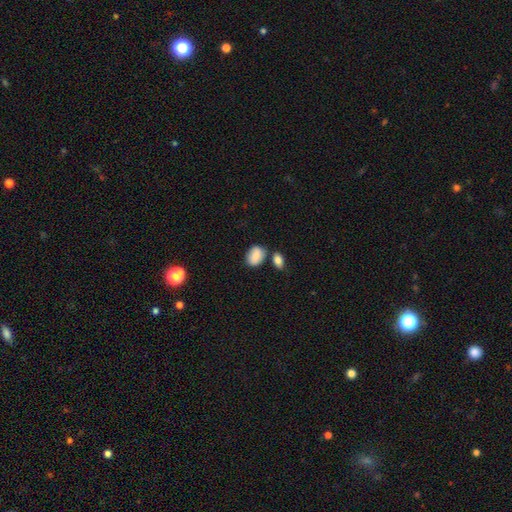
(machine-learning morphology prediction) Smooth or featured? smooth (84%)
How rounded? in between (75%)
Merging? none (65%)